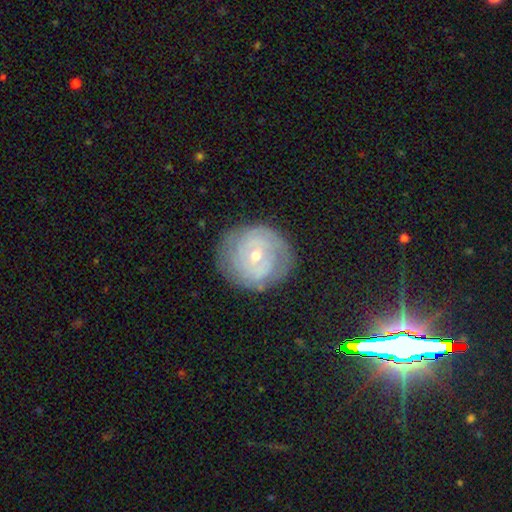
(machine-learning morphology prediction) A featured or disk galaxy (69%) with no bar (65%), tight (75%) spiral arms (78%) and a small central bulge (61%). Merging: none (77%).